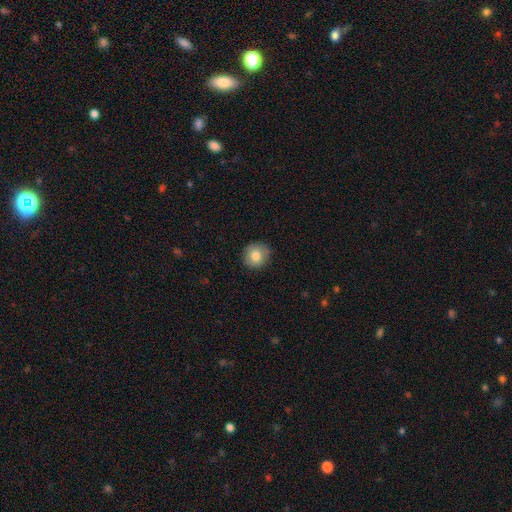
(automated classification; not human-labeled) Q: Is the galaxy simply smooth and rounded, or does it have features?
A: smooth — 80%.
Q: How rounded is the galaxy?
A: round — 89%.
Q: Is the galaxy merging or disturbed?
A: none — 86%.